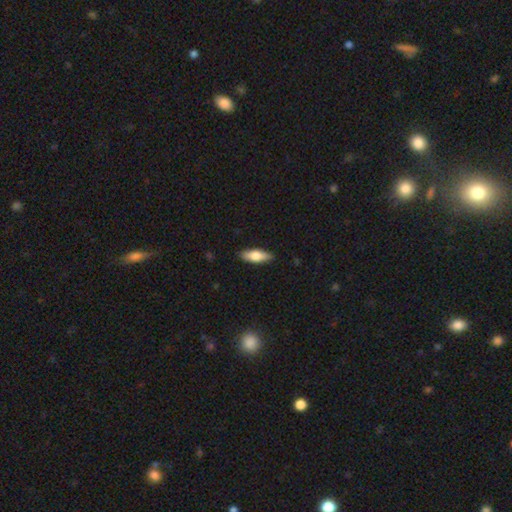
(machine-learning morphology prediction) This is likely a smooth galaxy (68%). How rounded: possibly in between (60%). Merging: clearly none (88%).